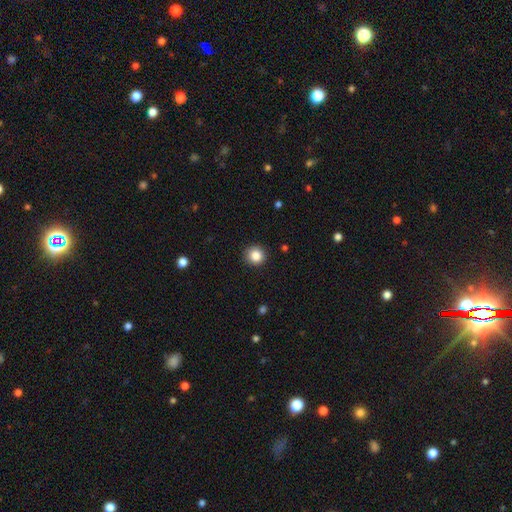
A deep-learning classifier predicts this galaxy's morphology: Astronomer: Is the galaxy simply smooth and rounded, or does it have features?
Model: smooth — 86%.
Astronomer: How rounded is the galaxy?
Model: round — 94%.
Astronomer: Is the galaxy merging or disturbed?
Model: none — 92%.